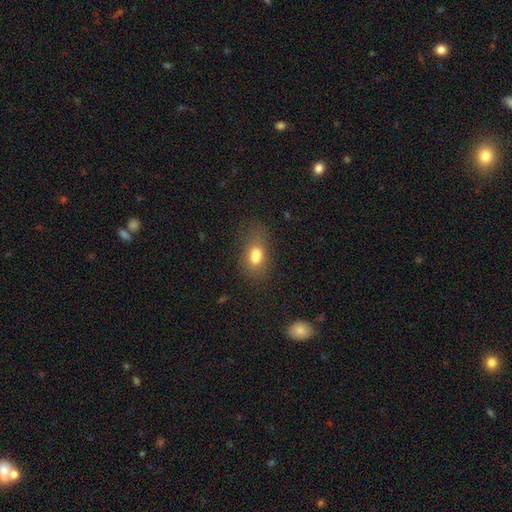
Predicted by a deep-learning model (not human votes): Smooth or featured: smooth — 78% (featured or disk — 12%)
How rounded: in between — 82% (round — 14%)
Merging: none — 55% (minor disturbance — 25%)